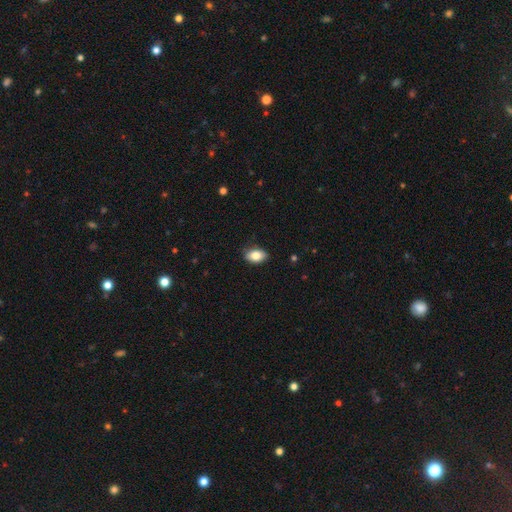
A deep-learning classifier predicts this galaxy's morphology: Overall: smooth (83%). How rounded: in between (89%). Merging: none (84%).